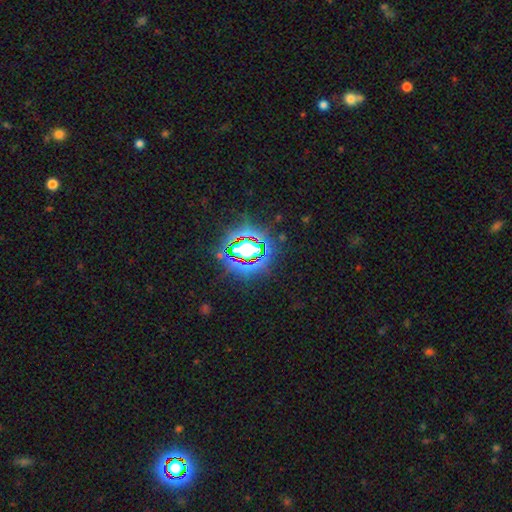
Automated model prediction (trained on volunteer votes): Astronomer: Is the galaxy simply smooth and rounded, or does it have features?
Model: star or artifact — 80%.